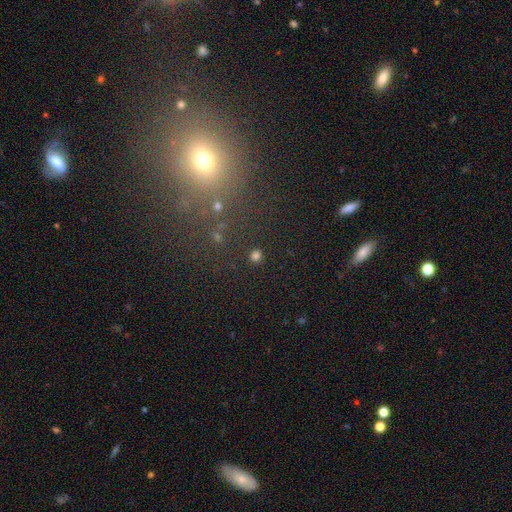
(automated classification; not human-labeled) smooth 78%, star or artifact 17%, featured or disk 5%. Down the decision tree: how rounded — round (91%); merging — none (89%).